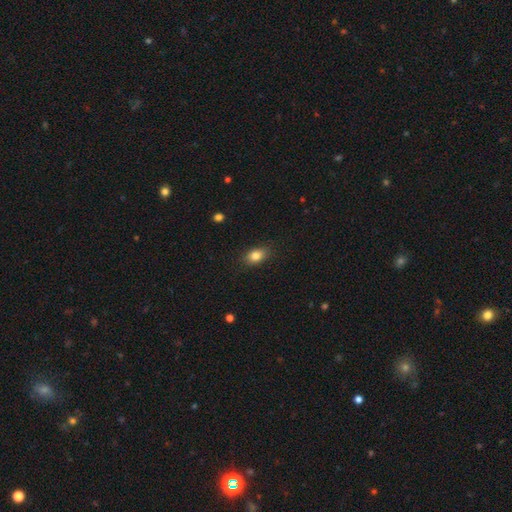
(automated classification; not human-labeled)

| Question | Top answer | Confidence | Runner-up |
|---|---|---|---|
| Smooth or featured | smooth | 83% | star or artifact (9%) |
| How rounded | in between | 79% | round (19%) |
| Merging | none | 85% | minor disturbance (11%) |